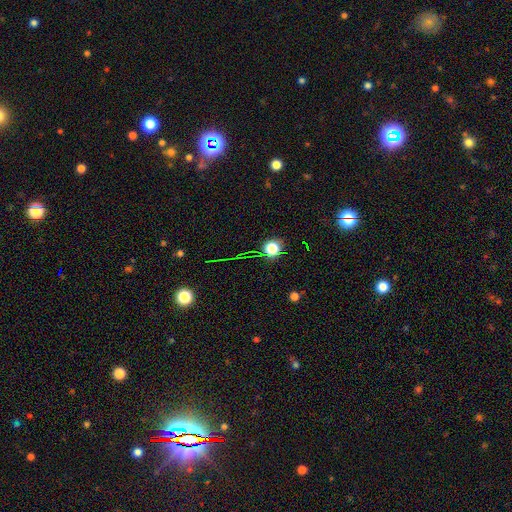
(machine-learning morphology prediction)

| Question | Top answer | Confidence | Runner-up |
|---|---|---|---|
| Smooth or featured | star or artifact | 71% | smooth (19%) |